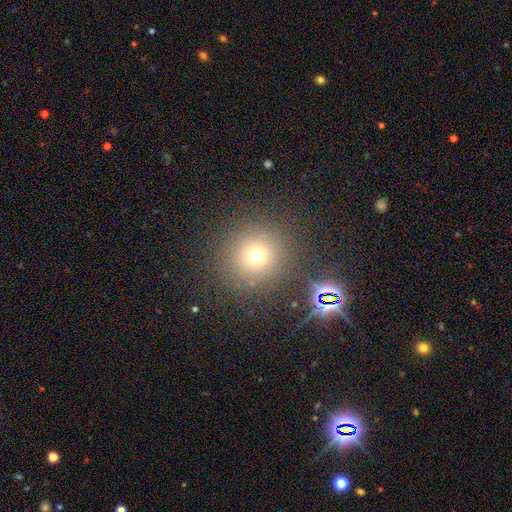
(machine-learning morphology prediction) type=smooth (69%); roundness=round (93%); merging=none (85%).